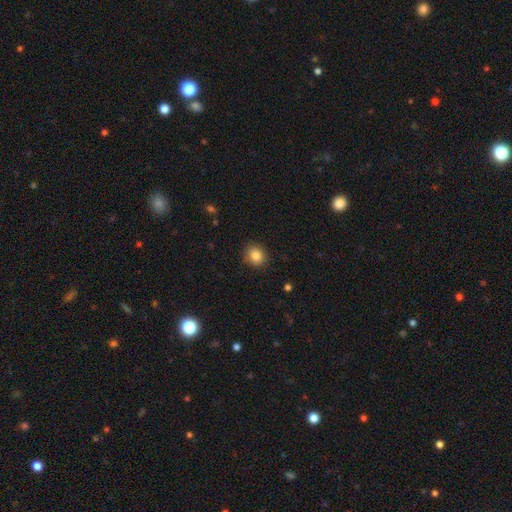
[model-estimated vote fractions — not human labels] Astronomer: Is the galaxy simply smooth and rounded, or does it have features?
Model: smooth — 84%.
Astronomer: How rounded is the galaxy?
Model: round — 74%.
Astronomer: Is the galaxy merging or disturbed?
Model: none — 88%.